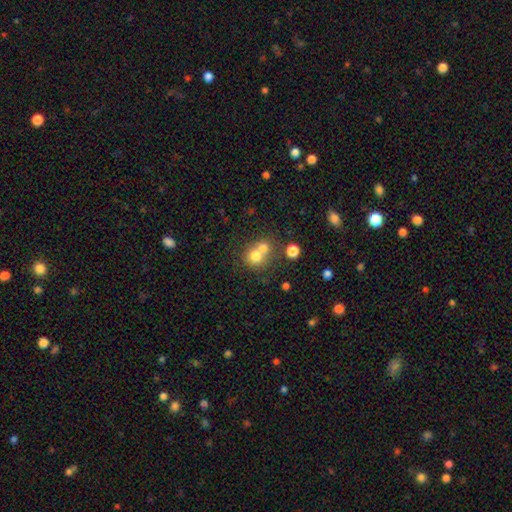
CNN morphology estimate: Overall: smooth (72%). How rounded: round (82%). Merging: merger (56%; none 35%).